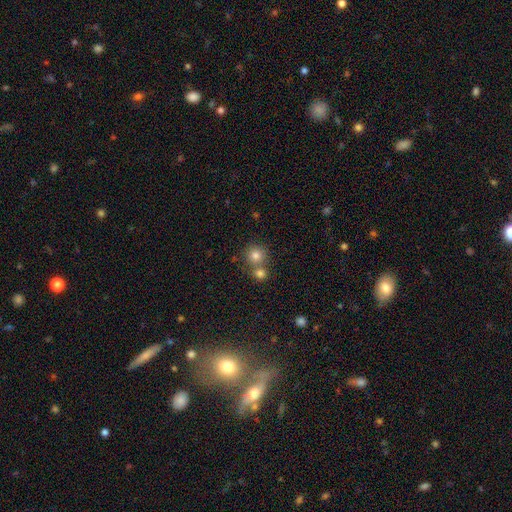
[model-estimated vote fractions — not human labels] Smooth or featured? smooth (80%)
How rounded? round (92%)
Merging? none (58%)